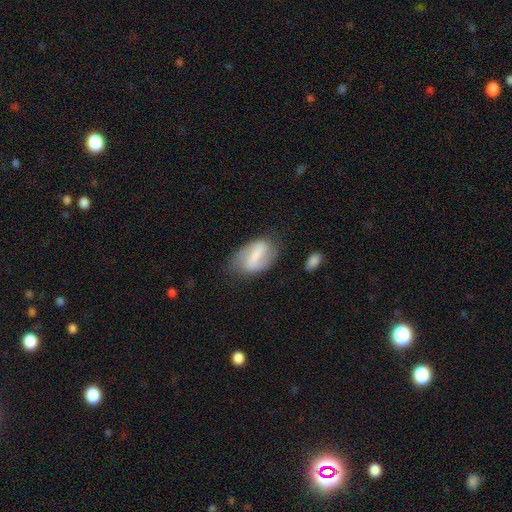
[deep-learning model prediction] Overall: featured or disk (51%; smooth 41%). Edge-on disk: no (95%). Merging: none (66%).